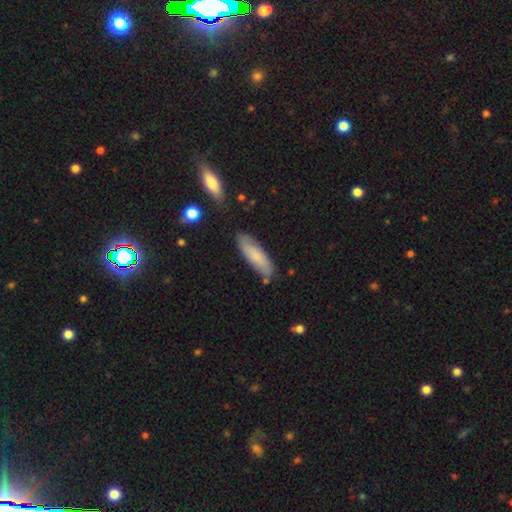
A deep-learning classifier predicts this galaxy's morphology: smooth-or-featured: smooth: 75% | featured or disk: 19% | star or artifact: 6%
  how-rounded: cigar-shaped: 56% | in between: 43% | round: 1%
  merging: none: 80% | minor disturbance: 15% | merger: 3% | major disturbance: 3%